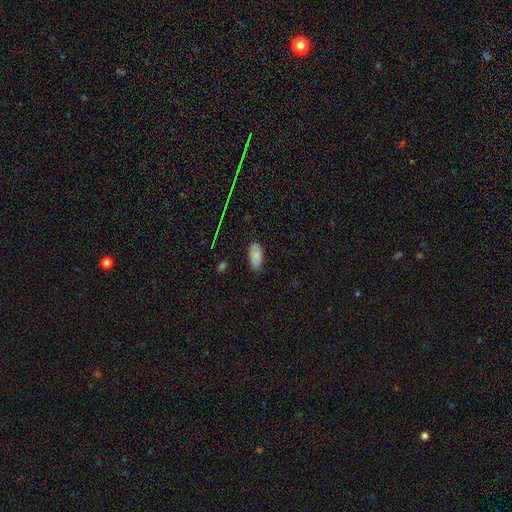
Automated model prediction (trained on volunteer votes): smooth-or-featured: smooth: 83% | star or artifact: 10% | featured or disk: 7%
  how-rounded: in between: 92% | cigar-shaped: 6% | round: 2%
  merging: none: 79% | minor disturbance: 17% | major disturbance: 3% | merger: 1%